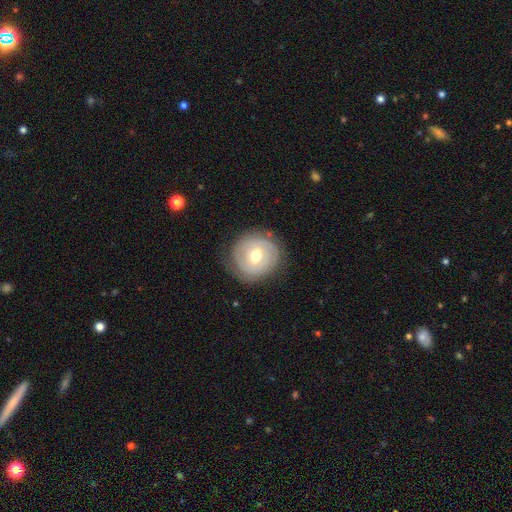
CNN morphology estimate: The model was most divided on "bar": no: 52%, weak: 38%, strong: 10%. More confident: edge-on disk — no (97%); bulge size — moderate (79%); merging — none (77%); spiral arms — yes (69%); smooth or featured — featured or disk (61%).